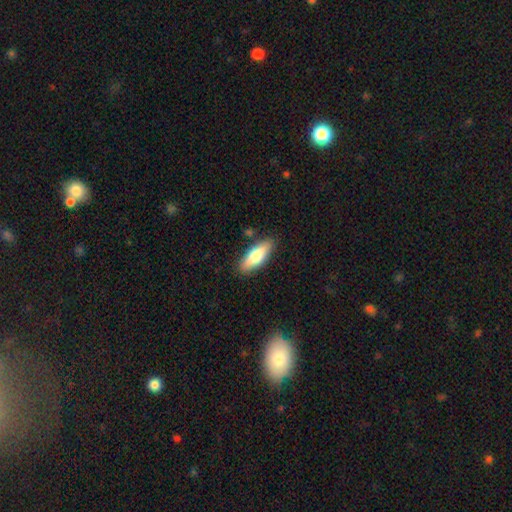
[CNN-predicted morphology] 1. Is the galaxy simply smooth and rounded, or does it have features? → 73% smooth, 21% featured or disk, 6% star or artifact.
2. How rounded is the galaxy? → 63% in between, 35% cigar-shaped, 2% round.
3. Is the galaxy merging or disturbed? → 85% none, 11% minor disturbance, 2% merger, 2% major disturbance.